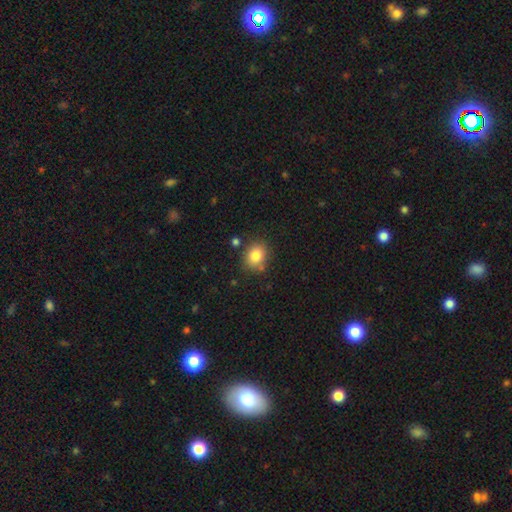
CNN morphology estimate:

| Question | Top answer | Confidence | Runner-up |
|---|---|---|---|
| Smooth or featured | smooth | 83% | star or artifact (10%) |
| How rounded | round | 55% | in between (44%) |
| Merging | none | 78% | minor disturbance (13%) |